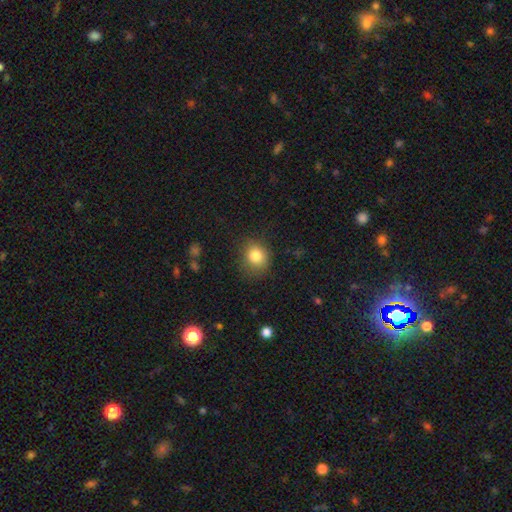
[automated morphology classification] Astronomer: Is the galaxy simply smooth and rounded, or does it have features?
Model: smooth — 82%.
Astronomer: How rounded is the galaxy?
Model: round — 75%.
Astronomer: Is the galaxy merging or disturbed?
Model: none — 80%.